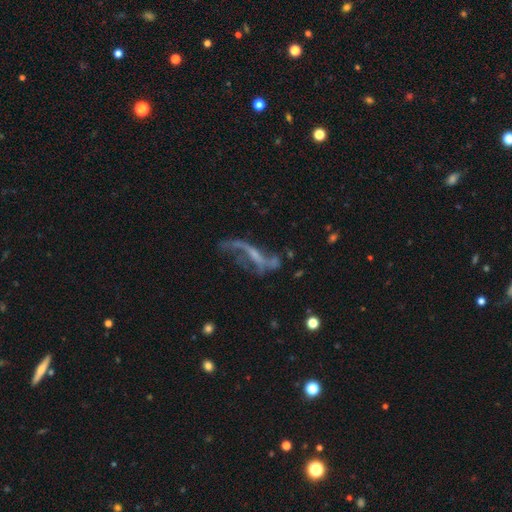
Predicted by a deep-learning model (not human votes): The model was most divided on "merging": major disturbance: 36%, none: 33%, minor disturbance: 17%, merger: 14%. Remaining: edge-on disk — no (79%); smooth or featured — featured or disk (70%); spiral arms — yes (62%); bar — no (45%); bulge size — none (45%).